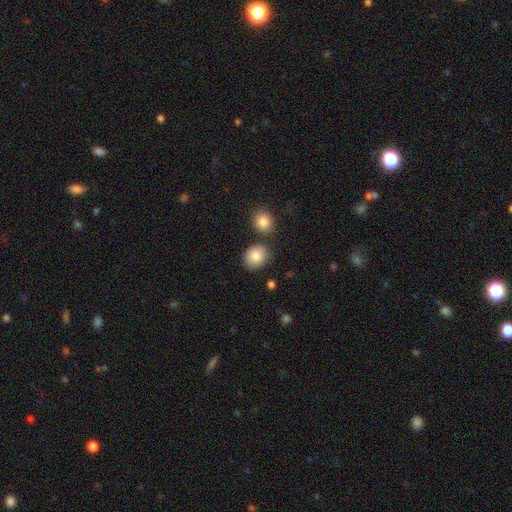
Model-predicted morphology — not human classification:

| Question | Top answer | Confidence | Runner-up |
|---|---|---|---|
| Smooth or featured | smooth | 86% | star or artifact (8%) |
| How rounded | round | 65% | in between (34%) |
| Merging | none | 76% | minor disturbance (11%) |